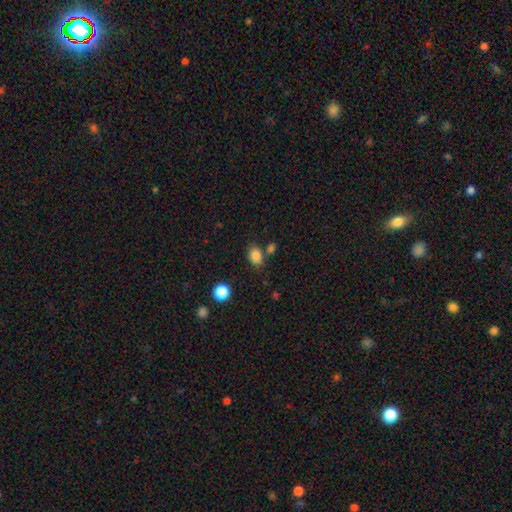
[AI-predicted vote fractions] Smooth or featured?
  - smooth: 84% *
  - star or artifact: 11%
  - featured or disk: 5%
How rounded?
  - in between: 66% *
  - round: 33%
  - cigar-shaped: 1%
Merging?
  - none: 71% *
  - minor disturbance: 13%
  - merger: 11%
  - major disturbance: 4%